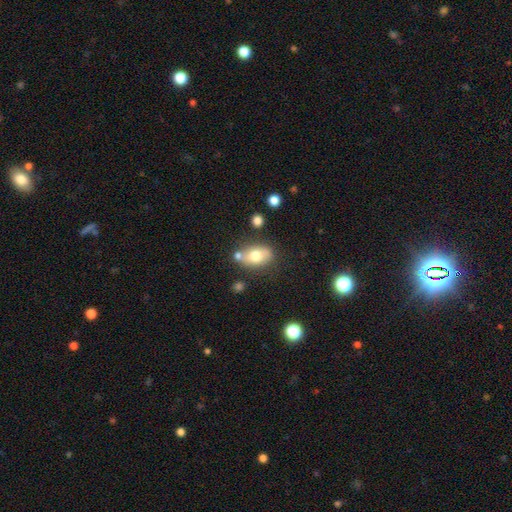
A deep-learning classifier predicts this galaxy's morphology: smooth 68%, featured or disk 24%, star or artifact 8%. Down the decision tree: how rounded — in between (81%); merging — none (65%).